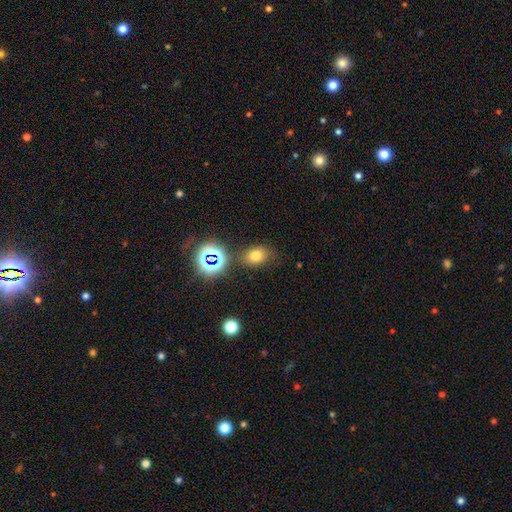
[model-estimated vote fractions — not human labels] Smooth or featured: smooth — 70% (star or artifact — 20%)
How rounded: in between — 60% (round — 39%)
Merging: none — 75% (minor disturbance — 15%)